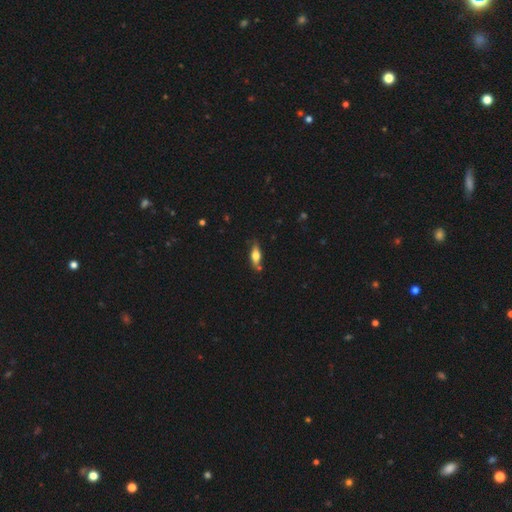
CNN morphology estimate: Smooth or featured?
  - smooth: 62% *
  - featured or disk: 32%
  - star or artifact: 7%
How rounded?
  - in between: 64% *
  - cigar-shaped: 33%
  - round: 3%
Merging?
  - none: 71% *
  - minor disturbance: 19%
  - merger: 6%
  - major disturbance: 4%